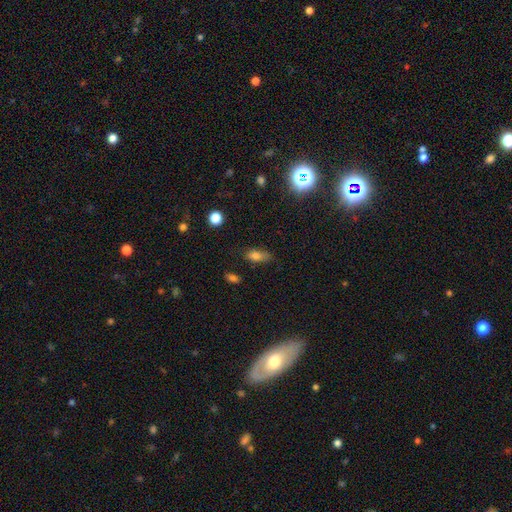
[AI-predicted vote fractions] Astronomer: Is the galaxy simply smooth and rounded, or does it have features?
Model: smooth — 76%.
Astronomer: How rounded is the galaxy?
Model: in between — 80%.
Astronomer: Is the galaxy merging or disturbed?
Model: none — 62%.